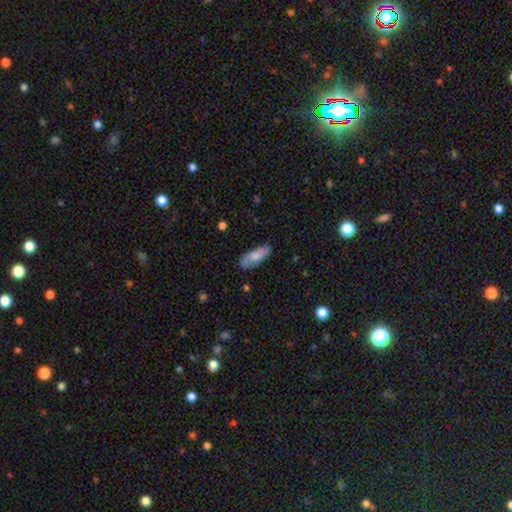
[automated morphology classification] This appears to be a smooth galaxy with no disk features (73%) that is in between round and cigar-shaped (68%). Merging: none (76%).